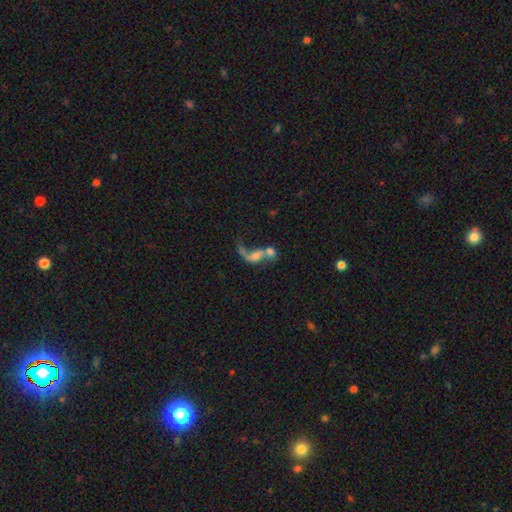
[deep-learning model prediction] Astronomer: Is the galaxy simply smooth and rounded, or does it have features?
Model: featured or disk — 54% (runner-up: smooth, 34%).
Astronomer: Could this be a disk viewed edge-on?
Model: no — 93%.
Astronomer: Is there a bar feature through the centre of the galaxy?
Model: no — 65%.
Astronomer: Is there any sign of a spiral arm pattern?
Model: yes — 60% (runner-up: no, 40%).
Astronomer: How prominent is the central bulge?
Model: none — 29%, tied with moderate at 29%.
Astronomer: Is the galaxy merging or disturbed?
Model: merger — 64%.